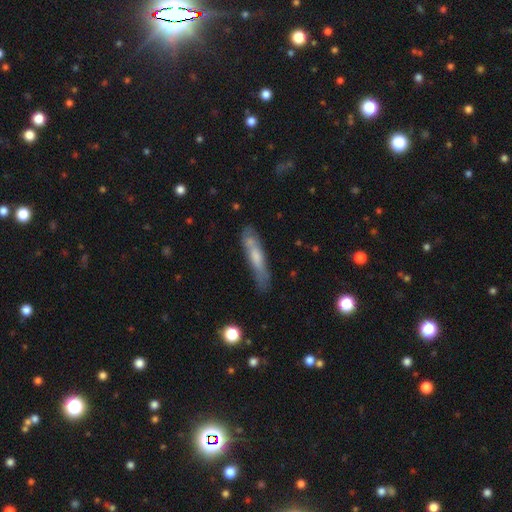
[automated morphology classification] type=smooth (53%); roundness=cigar-shaped (86%); merging=none (61%).